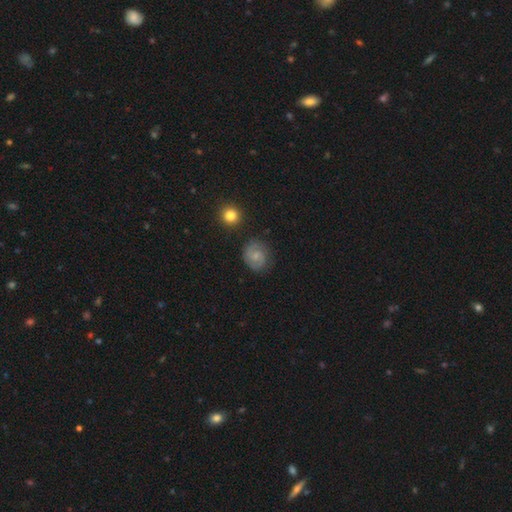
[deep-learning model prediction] Smooth or featured: featured or disk — 46% (smooth — 45%)
Merging: none — 78% (minor disturbance — 15%)